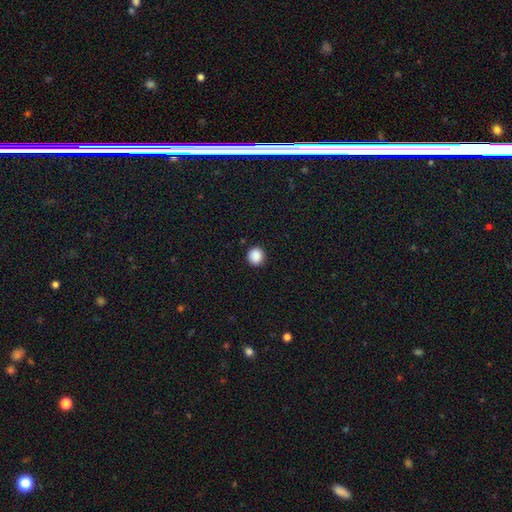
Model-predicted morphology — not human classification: Overall: smooth (88%). How rounded: round (92%). Merging: none (92%).